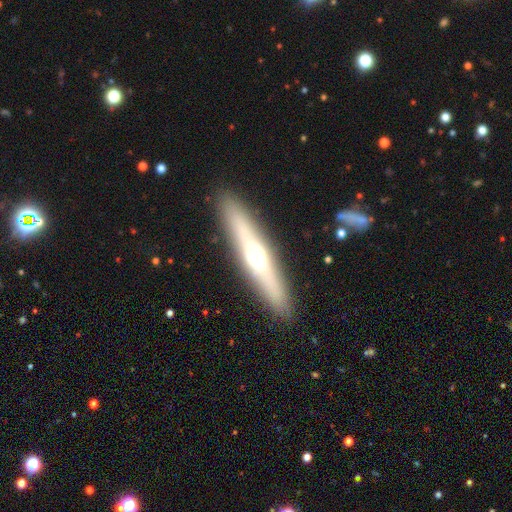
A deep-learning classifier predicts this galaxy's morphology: smooth_or_featured: featured or disk (p=0.60) [alt: smooth p=0.33]
disk_edge_on: yes (p=0.91) [alt: no p=0.09]
edge_on_bulge: rounded (p=0.88) [alt: none p=0.07]
merging: none (p=0.90) [alt: minor disturbance p=0.07]